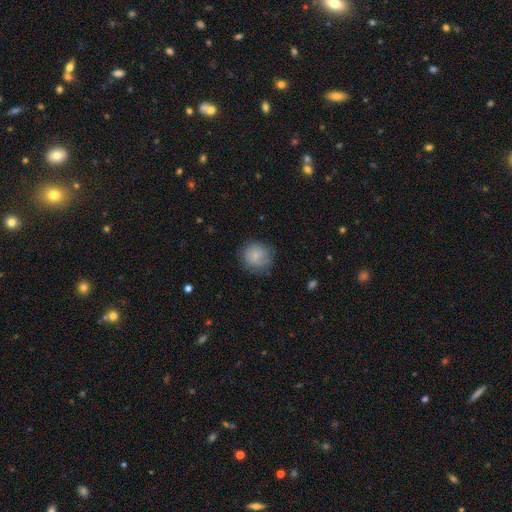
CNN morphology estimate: This is likely a smooth galaxy (79%). How rounded: clearly round (90%). Merging: likely none (74%).